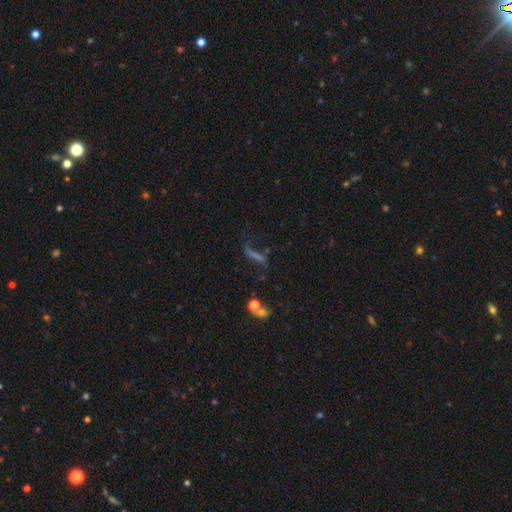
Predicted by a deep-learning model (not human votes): Morphology: type=featured or disk (39%); merging=none (44%).